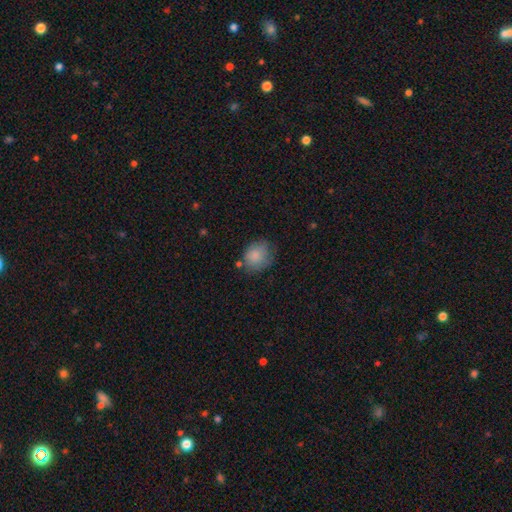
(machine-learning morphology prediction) Smooth or featured? smooth (84%)
How rounded? round (61%)
Merging? none (61%)